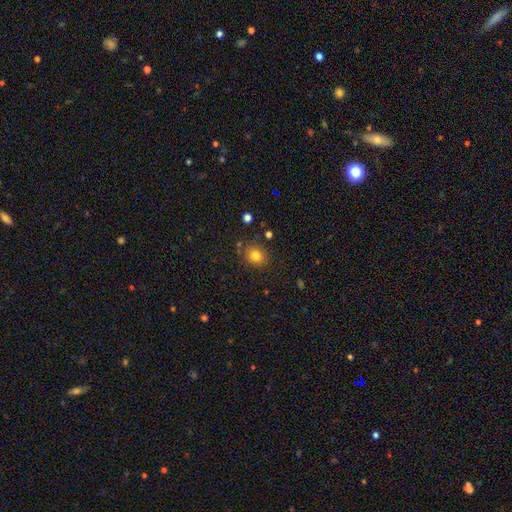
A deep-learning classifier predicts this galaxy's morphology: Q: Smooth or featured?
A: smooth (79%); runner-up: star or artifact (13%)
Q: How rounded?
A: round (71%); runner-up: in between (28%)
Q: Merging?
A: none (82%); runner-up: minor disturbance (11%)